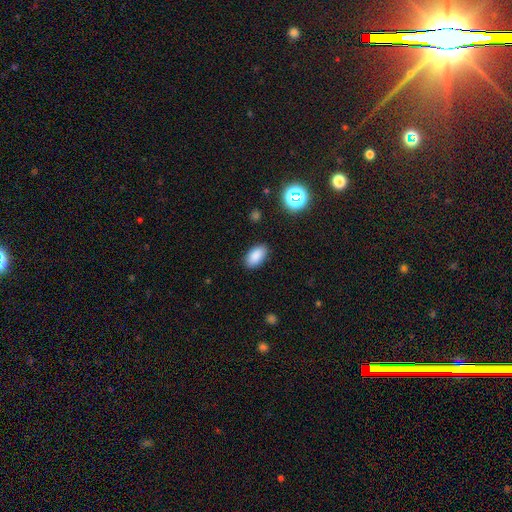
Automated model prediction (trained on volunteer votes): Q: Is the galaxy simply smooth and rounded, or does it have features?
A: smooth — 87%.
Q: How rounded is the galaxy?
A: in between — 94%.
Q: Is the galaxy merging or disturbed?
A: none — 87%.